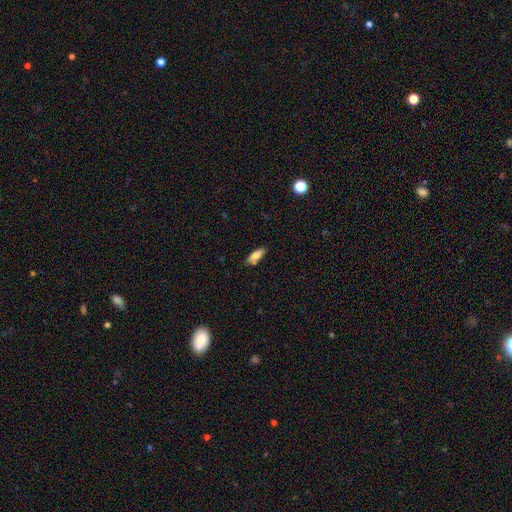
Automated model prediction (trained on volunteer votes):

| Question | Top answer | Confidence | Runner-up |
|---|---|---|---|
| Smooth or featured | smooth | 76% | featured or disk (16%) |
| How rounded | in between | 66% | cigar-shaped (32%) |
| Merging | none | 76% | minor disturbance (15%) |